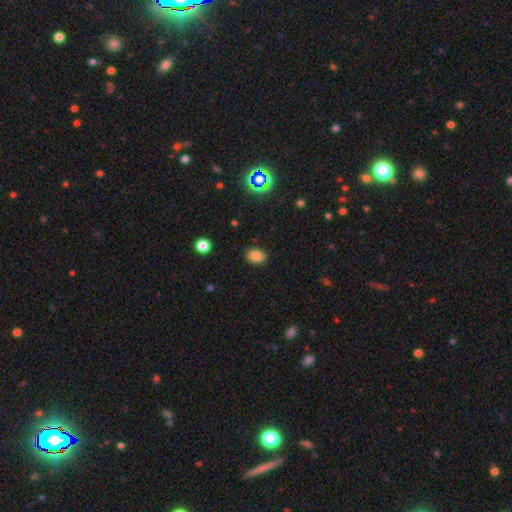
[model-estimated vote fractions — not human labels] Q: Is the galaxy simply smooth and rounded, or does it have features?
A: smooth — 82%.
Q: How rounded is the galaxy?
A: in between — 64%.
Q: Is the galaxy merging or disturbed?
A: none — 86%.